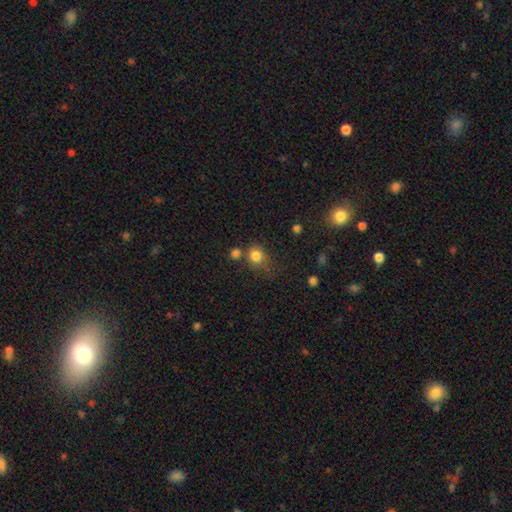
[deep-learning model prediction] Smooth or featured? smooth (81%)
How rounded? round (79%)
Merging? none (53%)